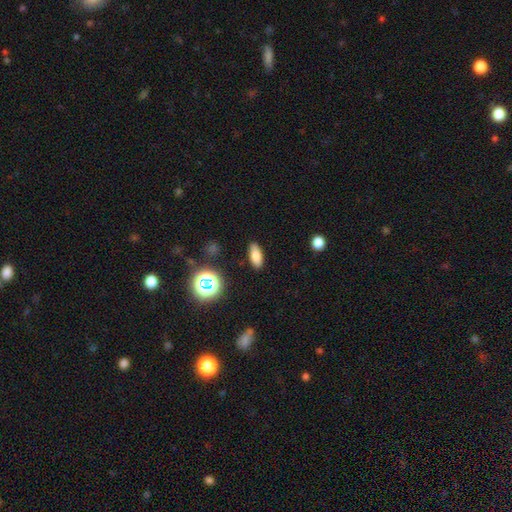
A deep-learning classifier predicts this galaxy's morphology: Smooth or featured: smooth — 77% (star or artifact — 12%)
How rounded: in between — 78% (cigar-shaped — 17%)
Merging: none — 88% (minor disturbance — 8%)